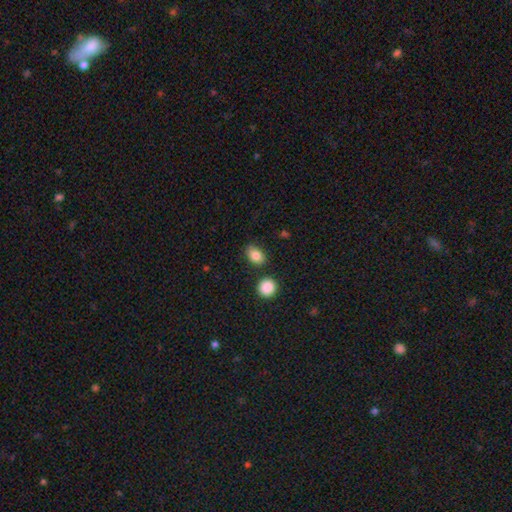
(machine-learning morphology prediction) smooth_or_featured: smooth (p=0.83) [alt: star or artifact p=0.09]
how_rounded: in between (p=0.74) [alt: round p=0.24]
merging: none (p=0.76) [alt: minor disturbance p=0.15]